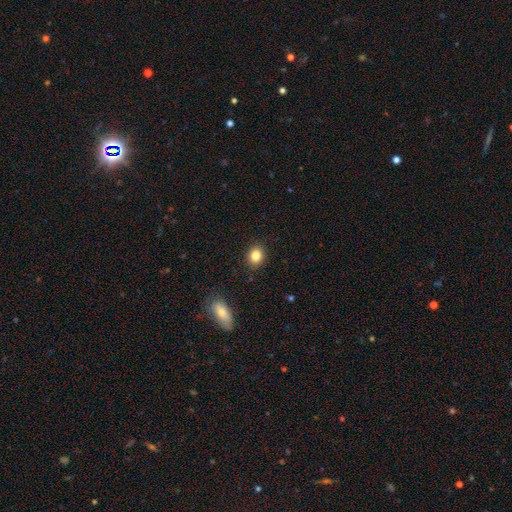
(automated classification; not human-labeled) A smooth galaxy with no disk features (84%) that is round (70%). Merging: none (90%).